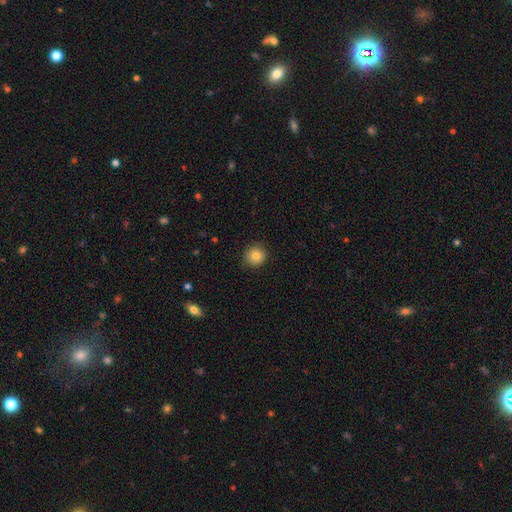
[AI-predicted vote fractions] This appears to be a smooth galaxy with no disk features (83%) that is round (91%). Merging: none (88%).